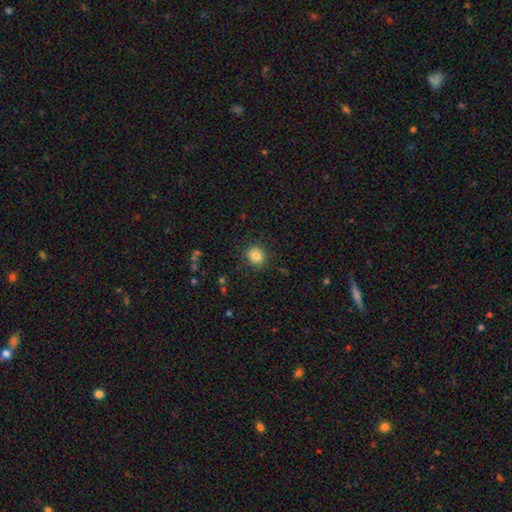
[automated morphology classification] A smooth galaxy with no disk features (83%) that is round (87%).

Vote fractions:
- Smooth or featured? smooth: 83% / star or artifact: 11% / featured or disk: 6%
- How rounded? round: 87% / in between: 12% / cigar-shaped: 1%
- Merging? none: 90% / minor disturbance: 7% / major disturbance: 2% / merger: 1%